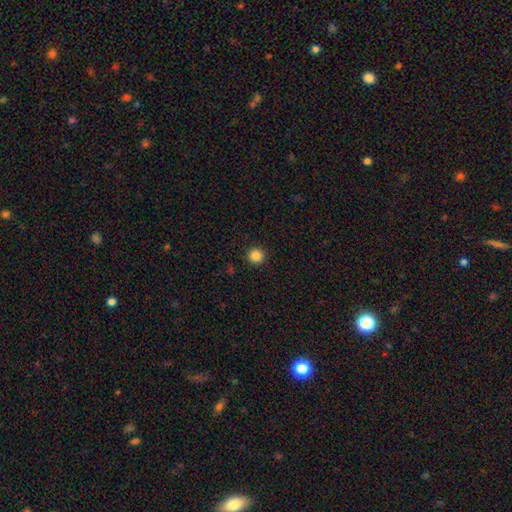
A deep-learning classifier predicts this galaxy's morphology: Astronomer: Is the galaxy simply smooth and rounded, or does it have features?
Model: smooth — 85%.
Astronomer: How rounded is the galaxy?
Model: round — 94%.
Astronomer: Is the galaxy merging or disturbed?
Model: none — 93%.